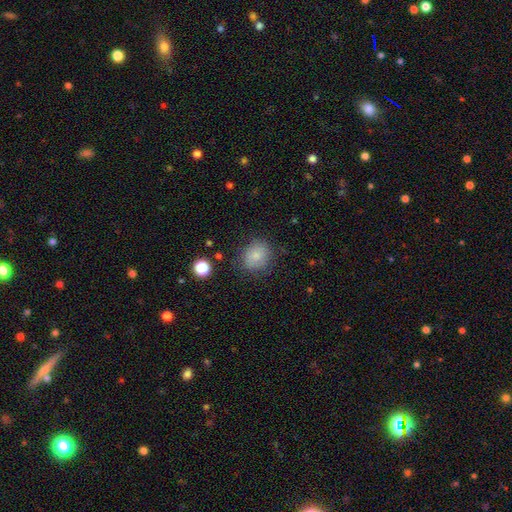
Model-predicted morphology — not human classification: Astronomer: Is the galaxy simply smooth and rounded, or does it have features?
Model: smooth — 81%.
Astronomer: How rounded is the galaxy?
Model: round — 70%.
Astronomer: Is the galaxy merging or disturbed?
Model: none — 77%.